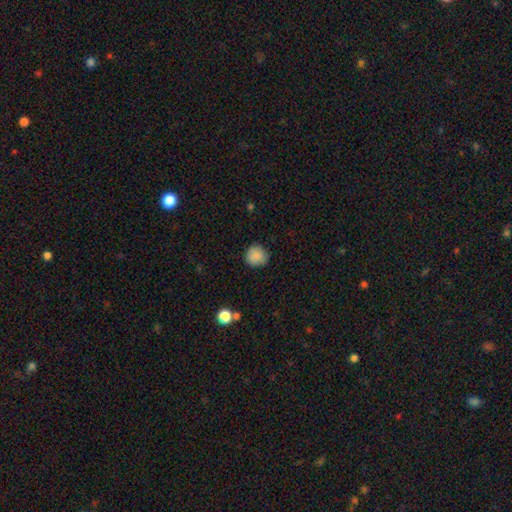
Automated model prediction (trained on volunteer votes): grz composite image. It shows a smooth galaxy with no disk features (87%) that is round (90%). Merging: none (84%).